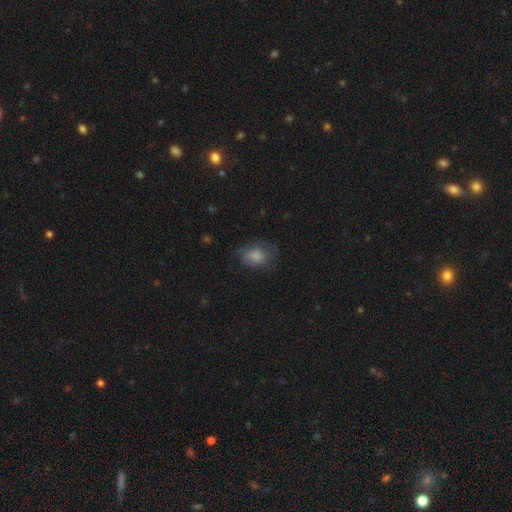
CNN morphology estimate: The model was most divided on "how rounded": in between: 60%, round: 39%, cigar-shaped: 1%. More confident: smooth or featured — smooth (73%); merging — none (51%).